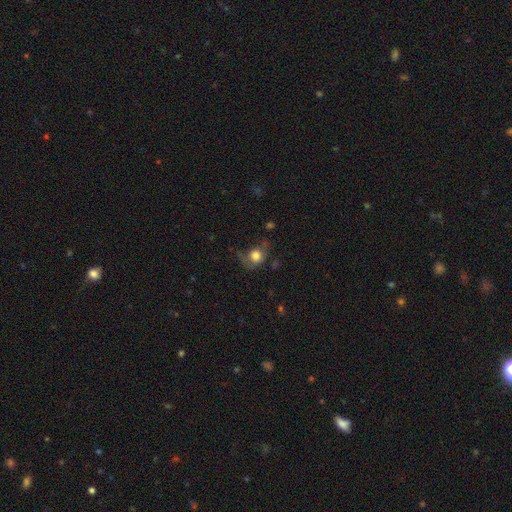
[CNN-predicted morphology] A smooth galaxy with no disk features (73%) that is round (68%).

Vote fractions:
- Smooth or featured? smooth: 73% / featured or disk: 17% / star or artifact: 10%
- How rounded? round: 68% / in between: 31% / cigar-shaped: 1%
- Merging? none: 37% / major disturbance: 32% / minor disturbance: 28% / merger: 4%